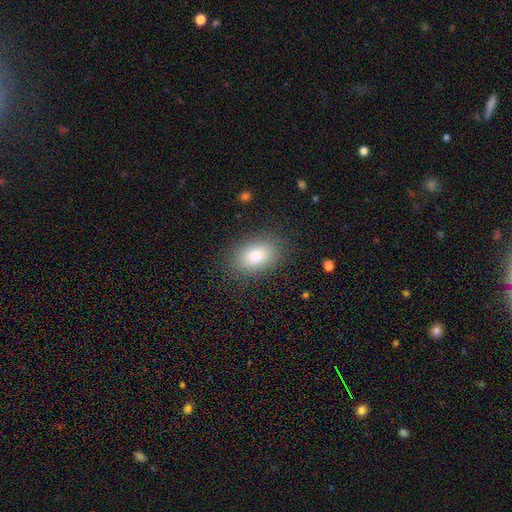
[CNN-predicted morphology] Smooth or featured? Predicted: smooth (p=0.81). How rounded? Predicted: in between (p=0.86). Merging? Predicted: none (p=0.86).